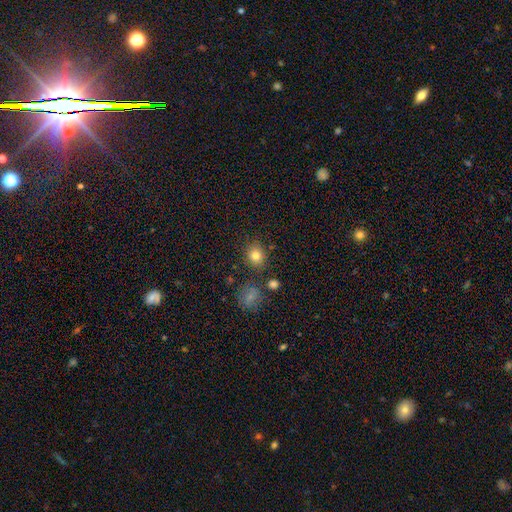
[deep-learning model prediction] smooth-or-featured: smooth: 80% | star or artifact: 13% | featured or disk: 7%
  how-rounded: round: 78% | in between: 21% | cigar-shaped: 1%
  merging: none: 82% | minor disturbance: 10% | merger: 5% | major disturbance: 3%